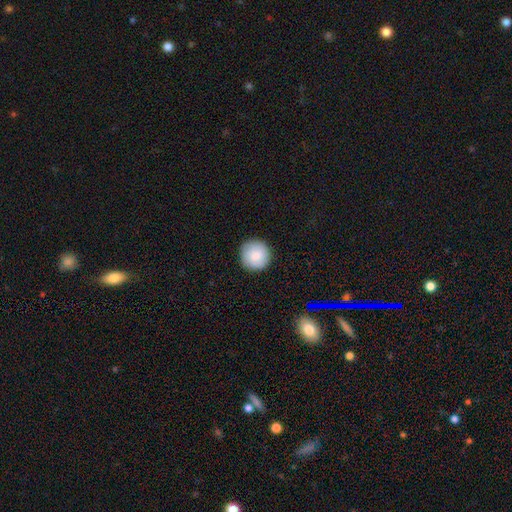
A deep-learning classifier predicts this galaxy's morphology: A smooth galaxy with no disk features (83%) that is round (95%).

Vote fractions:
- Smooth or featured? smooth: 83% / featured or disk: 10% / star or artifact: 7%
- How rounded? round: 95% / in between: 4% / cigar-shaped: 1%
- Merging? none: 90% / minor disturbance: 7% / major disturbance: 2% / merger: 1%